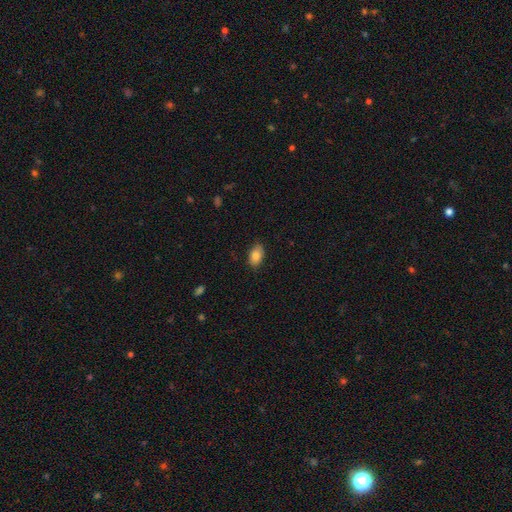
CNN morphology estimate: smooth-or-featured: smooth: 85% | star or artifact: 8% | featured or disk: 7%
  how-rounded: in between: 90% | round: 8% | cigar-shaped: 2%
  merging: none: 84% | minor disturbance: 13% | major disturbance: 2% | merger: 1%